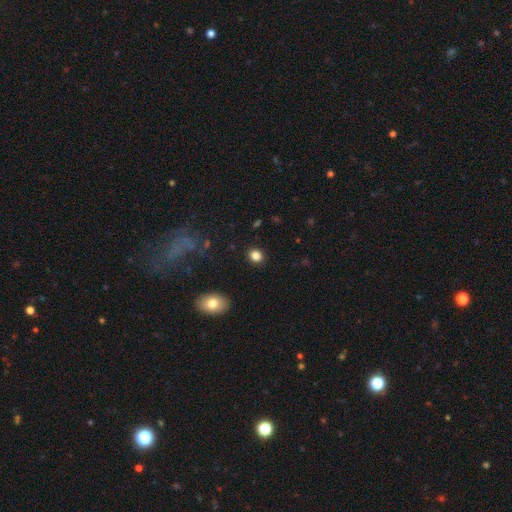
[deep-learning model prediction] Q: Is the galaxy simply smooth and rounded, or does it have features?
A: smooth — 84%.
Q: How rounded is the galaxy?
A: round — 73%.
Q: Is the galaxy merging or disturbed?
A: none — 90%.